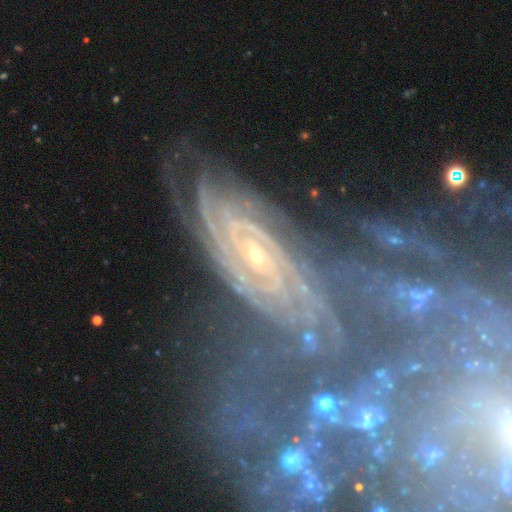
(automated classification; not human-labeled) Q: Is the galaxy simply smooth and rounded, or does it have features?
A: featured or disk — 87%.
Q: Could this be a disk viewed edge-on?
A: no — 95%.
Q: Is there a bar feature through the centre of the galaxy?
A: no — 44%.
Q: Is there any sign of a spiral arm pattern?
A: yes — 98%.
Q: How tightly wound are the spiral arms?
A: tight — 76%.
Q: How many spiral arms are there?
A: can't tell — 21%, tied with 2 and 3.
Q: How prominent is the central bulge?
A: small — 74%.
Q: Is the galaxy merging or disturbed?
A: none — 59%.